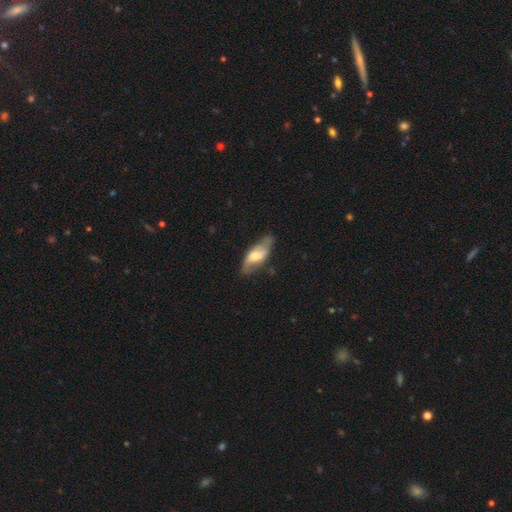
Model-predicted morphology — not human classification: smooth-or-featured: featured or disk: 52% | smooth: 42% | star or artifact: 6%
  disk-edge-on: no: 72% | yes: 28%
  merging: none: 66% | minor disturbance: 24% | major disturbance: 7% | merger: 2%